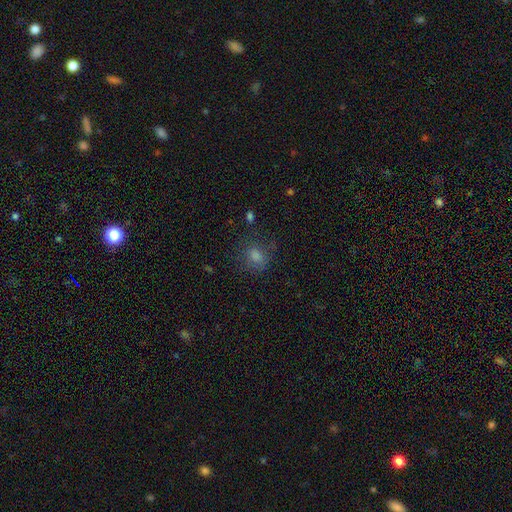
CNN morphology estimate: Q: Smooth or featured?
A: smooth (68%); runner-up: star or artifact (22%)
Q: How rounded?
A: round (63%); runner-up: in between (36%)
Q: Merging?
A: none (74%); runner-up: minor disturbance (15%)